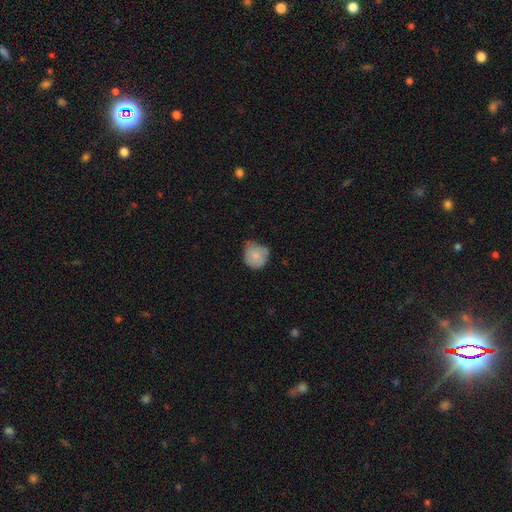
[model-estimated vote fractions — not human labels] The model was most divided on "merging" (2-way tie): minor disturbance: 44%, none: 44%, major disturbance: 9%, merger: 3%. More confident: how rounded — round (79%); smooth or featured — smooth (77%).